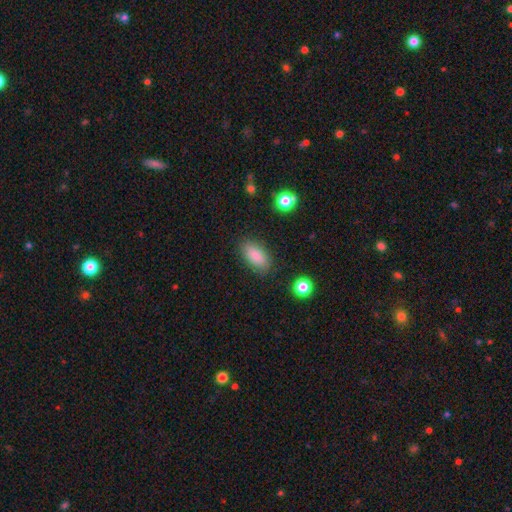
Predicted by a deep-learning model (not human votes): This is clearly a smooth galaxy (87%). How rounded: clearly in between (89%). Merging: clearly none (85%).